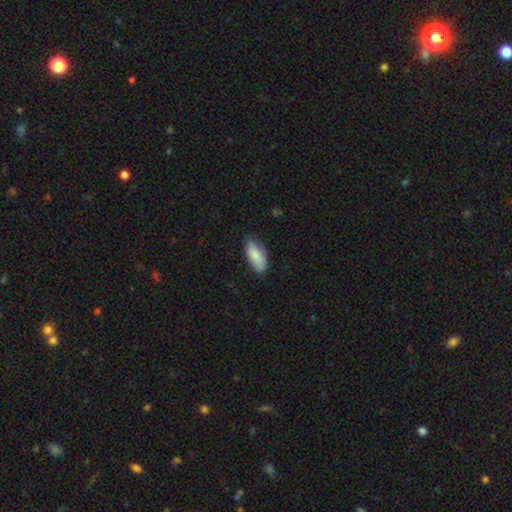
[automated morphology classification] The model was most divided on "merging": none: 68%, minor disturbance: 27%, major disturbance: 4%, merger: 1%. More confident: how rounded — in between (85%); smooth or featured — smooth (83%).